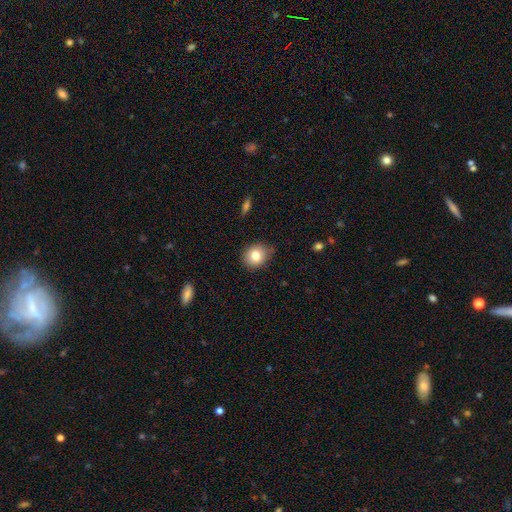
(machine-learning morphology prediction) Overall: smooth (80%). How rounded: round (67%; in between 32%). Merging: none (76%).